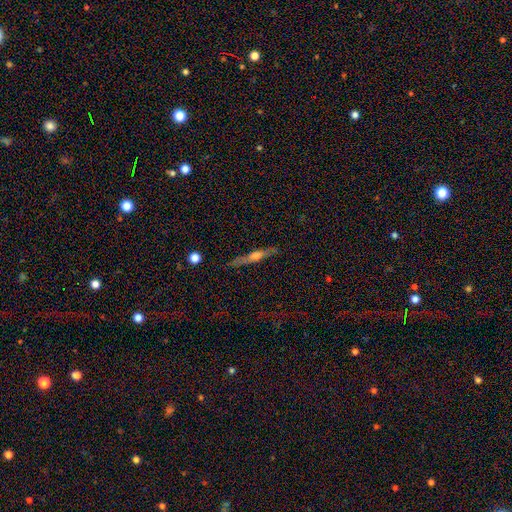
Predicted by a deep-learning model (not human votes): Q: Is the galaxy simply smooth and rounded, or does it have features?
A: featured or disk — 61%.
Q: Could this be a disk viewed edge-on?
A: yes — 95%.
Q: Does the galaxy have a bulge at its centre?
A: rounded — 80%.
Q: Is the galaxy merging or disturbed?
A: none — 85%.